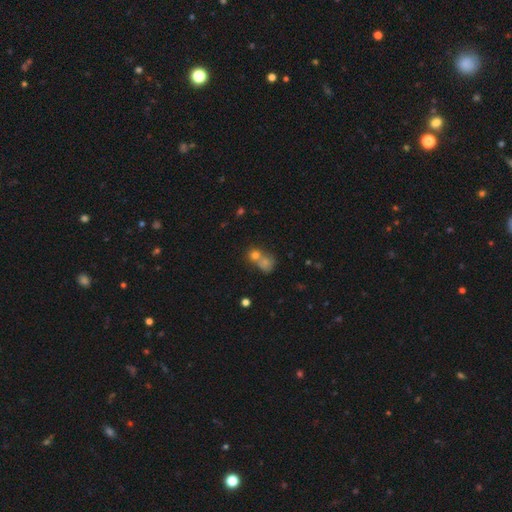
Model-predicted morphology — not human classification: Smooth or featured: smooth — 70% (star or artifact — 17%)
How rounded: round — 77% (in between — 21%)
Merging: merger — 53% (none — 37%)